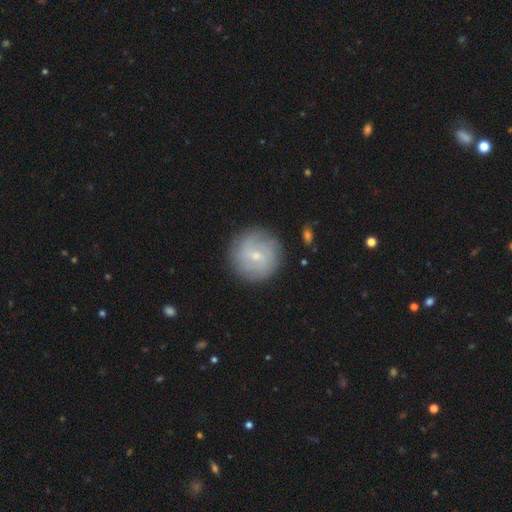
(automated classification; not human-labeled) A featured or disk galaxy (52%). Merging: none (85%).